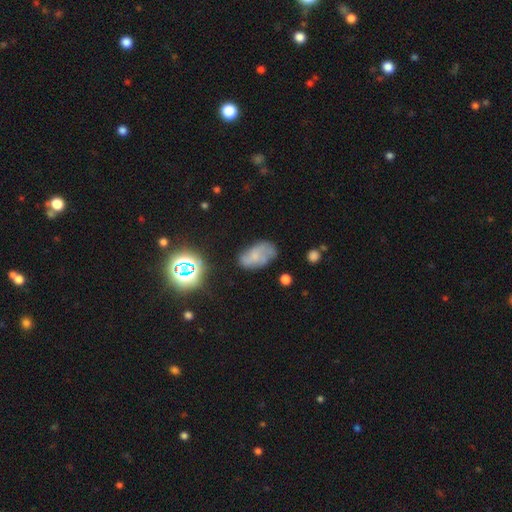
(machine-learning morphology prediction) The model was most divided on "smooth or featured": smooth: 43%, featured or disk: 42%, star or artifact: 15%. More confident: merging — none (59%).